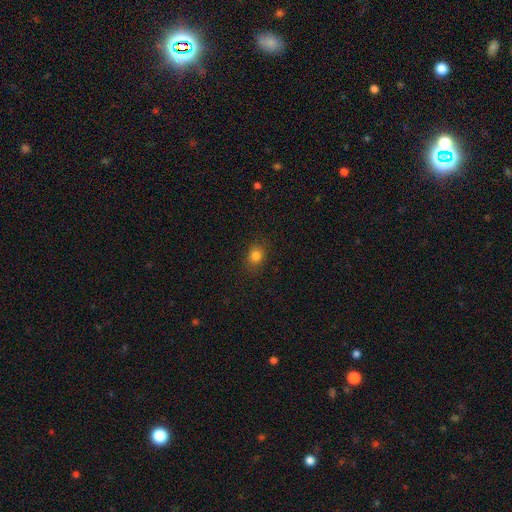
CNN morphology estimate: This is clearly a smooth galaxy (81%). How rounded: possibly round (57%). Merging: clearly none (86%).